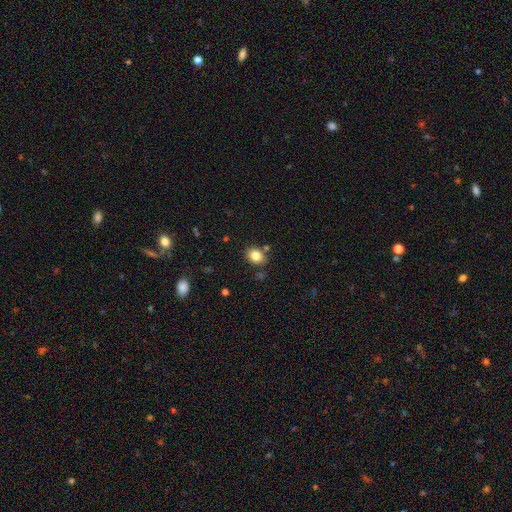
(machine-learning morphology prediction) smooth 83%, star or artifact 10%, featured or disk 7%. Down the decision tree: how rounded — round (55%); merging — none (83%).